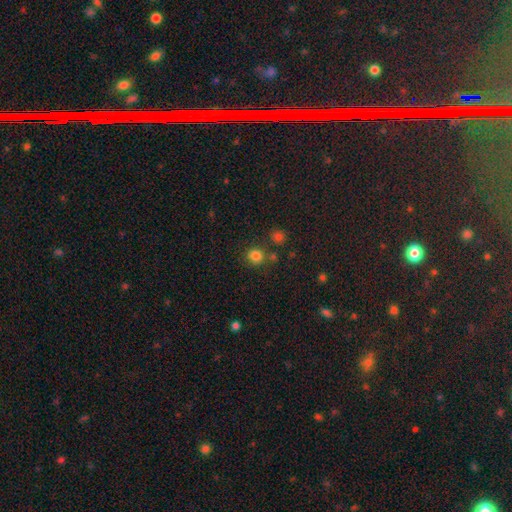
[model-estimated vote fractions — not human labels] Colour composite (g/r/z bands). It shows a smooth galaxy with no disk features (81%) that is round (89%). Merging: none (78%).